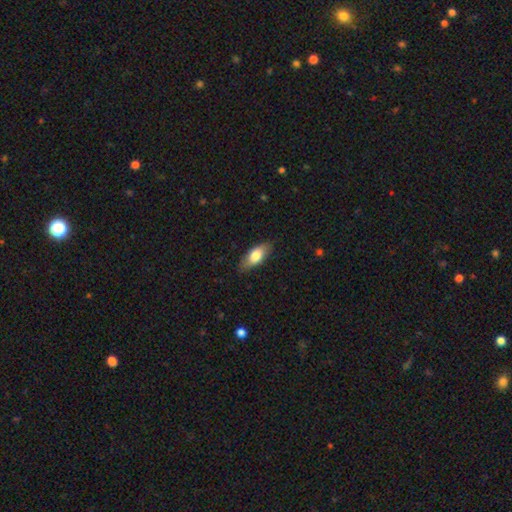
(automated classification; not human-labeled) Morphology: type=smooth (76%); roundness=in between (81%); merging=none (84%).